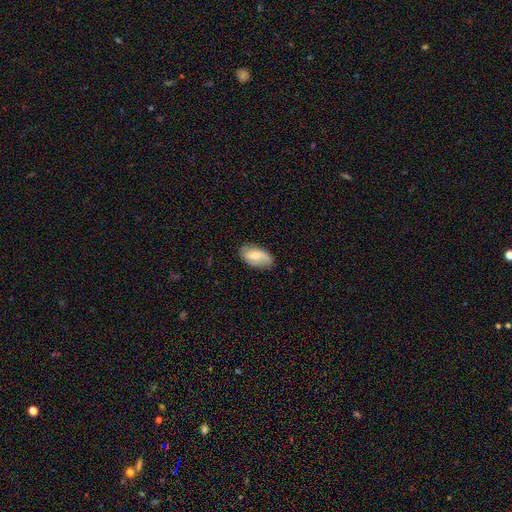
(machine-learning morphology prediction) Q: Smooth or featured?
A: smooth (55%); runner-up: featured or disk (39%)
Q: How rounded?
A: in between (93%); runner-up: round (4%)
Q: Merging?
A: none (69%); runner-up: minor disturbance (24%)